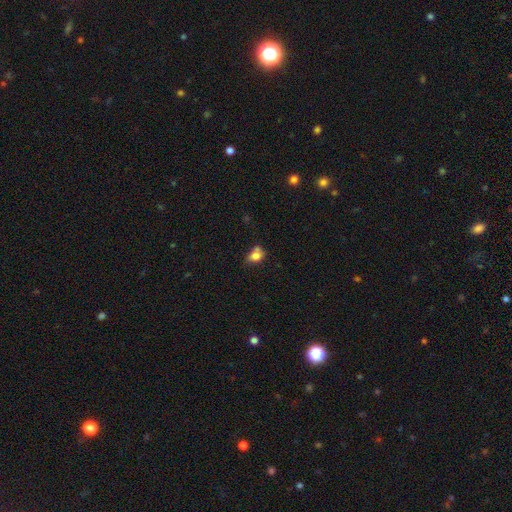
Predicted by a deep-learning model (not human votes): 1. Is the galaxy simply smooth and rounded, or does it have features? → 77% smooth, 12% featured or disk, 11% star or artifact.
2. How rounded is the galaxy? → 60% in between, 38% round, 2% cigar-shaped.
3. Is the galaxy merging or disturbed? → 41% none, 26% merger, 25% minor disturbance, 9% major disturbance.